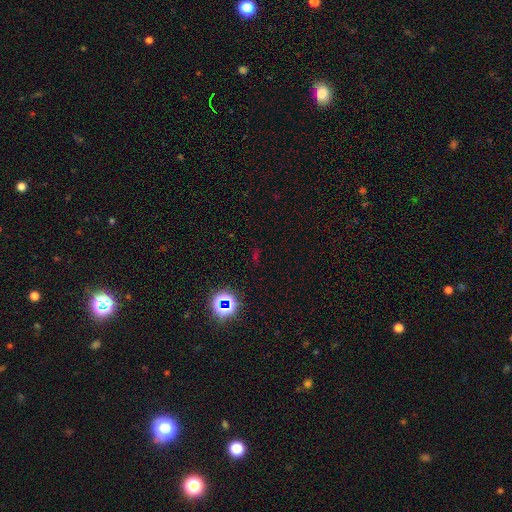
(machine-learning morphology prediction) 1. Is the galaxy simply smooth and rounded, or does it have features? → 68% star or artifact, 24% smooth, 9% featured or disk.